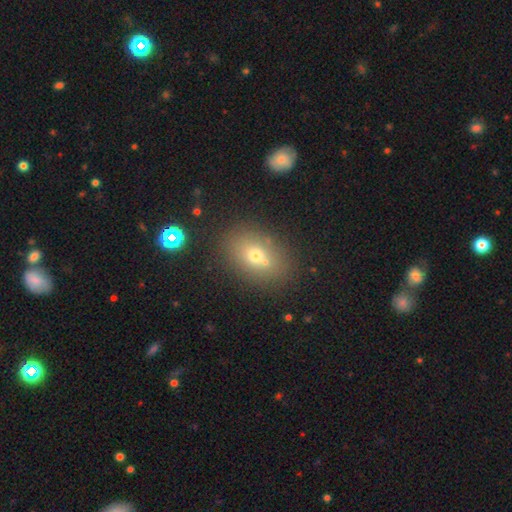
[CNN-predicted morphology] A smooth galaxy with no disk features (64%) that is in between round and cigar-shaped (67%). Merging: none (64%).